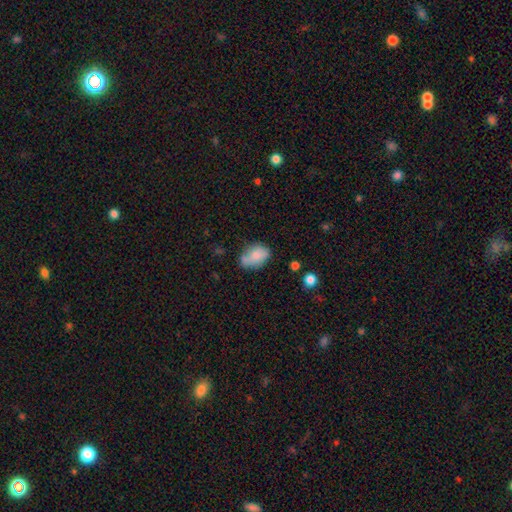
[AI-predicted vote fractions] smooth-or-featured: smooth: 76% | featured or disk: 16% | star or artifact: 8%
  how-rounded: in between: 81% | round: 17% | cigar-shaped: 1%
  merging: none: 50% | minor disturbance: 27% | merger: 14% | major disturbance: 8%